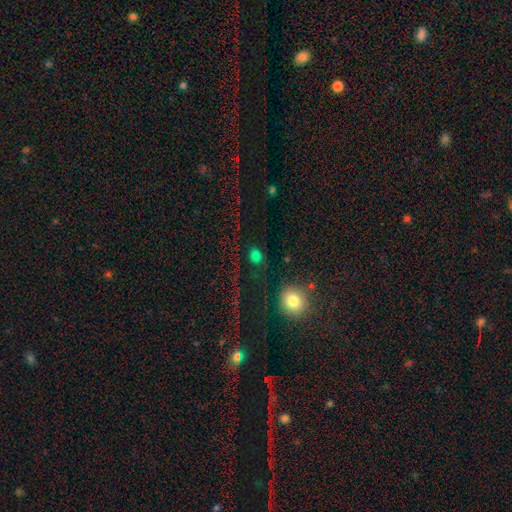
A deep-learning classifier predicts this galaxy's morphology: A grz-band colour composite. It shows a smooth galaxy with no disk features (59%) that is round (66%). Merging: none (70%).